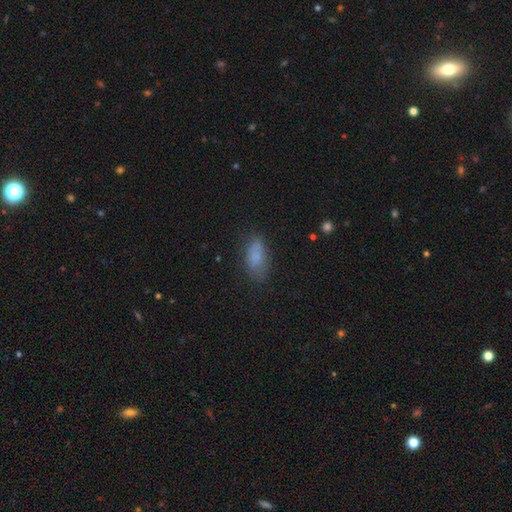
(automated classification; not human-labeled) Smooth or featured?
  - smooth: 80% *
  - featured or disk: 10%
  - star or artifact: 10%
How rounded?
  - in between: 85% *
  - cigar-shaped: 11%
  - round: 4%
Merging?
  - none: 69% *
  - minor disturbance: 21%
  - major disturbance: 7%
  - merger: 2%